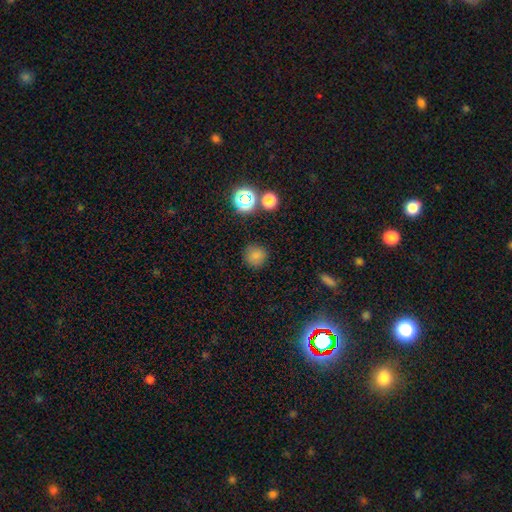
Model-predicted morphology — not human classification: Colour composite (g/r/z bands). It shows a smooth galaxy with no disk features (78%) that is round (93%). Merging: none (86%).